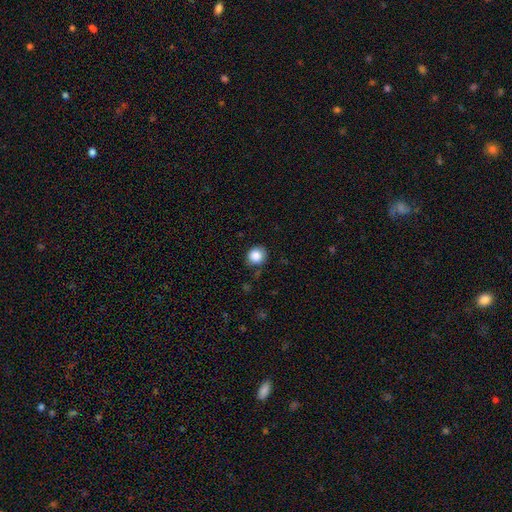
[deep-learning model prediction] A smooth galaxy with no disk features (87%) that is round (88%).

Vote fractions:
- Smooth or featured? smooth: 87% / star or artifact: 9% / featured or disk: 4%
- How rounded? round: 88% / in between: 11% / cigar-shaped: 1%
- Merging? none: 81% / minor disturbance: 14% / major disturbance: 3% / merger: 2%